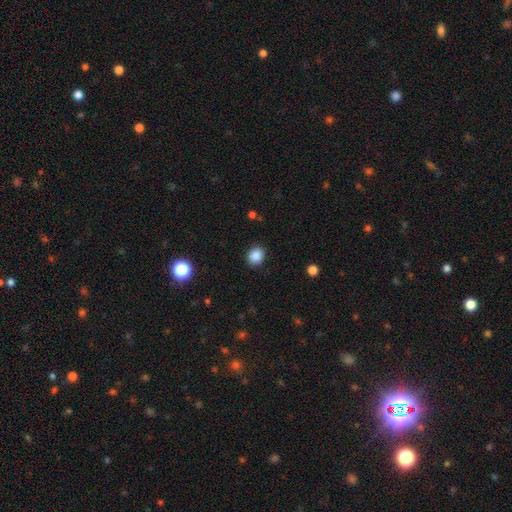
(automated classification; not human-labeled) Smooth or featured? Predicted: smooth (p=0.87). How rounded? Predicted: round (p=0.68). Merging? Predicted: none (p=0.89).